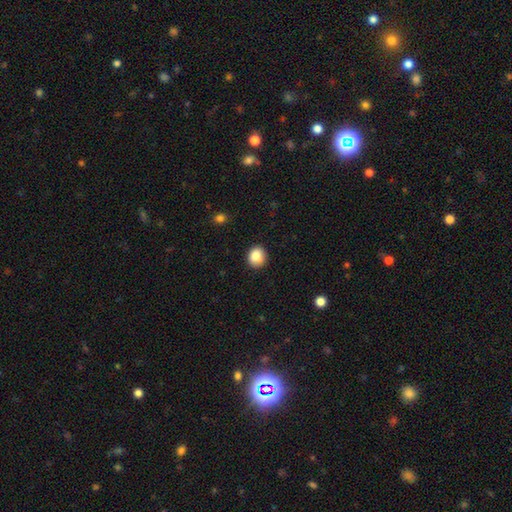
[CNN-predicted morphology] smooth_or_featured: smooth (p=0.87) [alt: star or artifact p=0.09]
how_rounded: round (p=0.83) [alt: in between p=0.16]
merging: none (p=0.88) [alt: minor disturbance p=0.09]